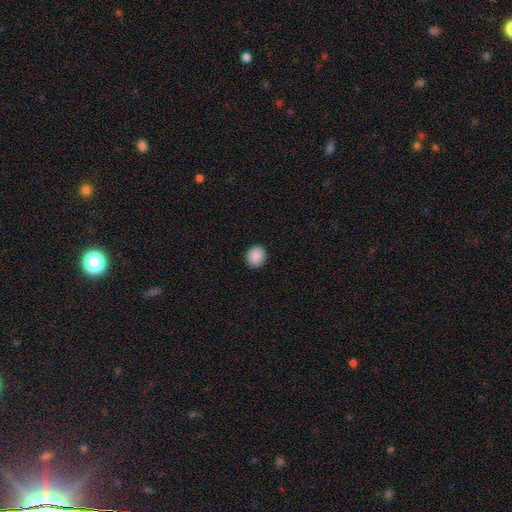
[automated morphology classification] Smooth or featured? smooth (90%)
How rounded? round (75%)
Merging? none (91%)